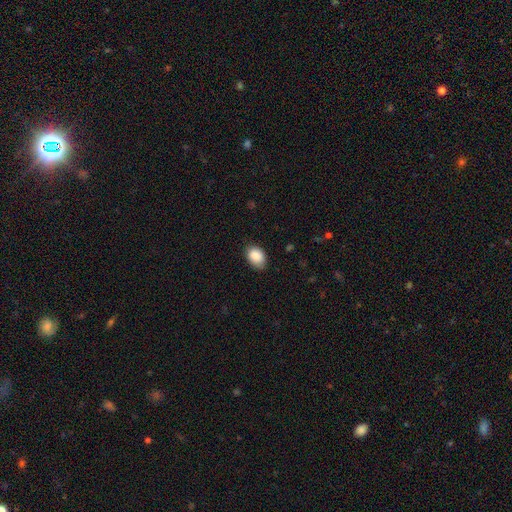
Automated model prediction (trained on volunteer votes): A smooth galaxy with no disk features (89%) that is in between round and cigar-shaped (83%).

Vote fractions:
- Smooth or featured? smooth: 89% / star or artifact: 7% / featured or disk: 4%
- How rounded? in between: 83% / round: 16% / cigar-shaped: 1%
- Merging? none: 78% / minor disturbance: 18% / major disturbance: 3% / merger: 1%